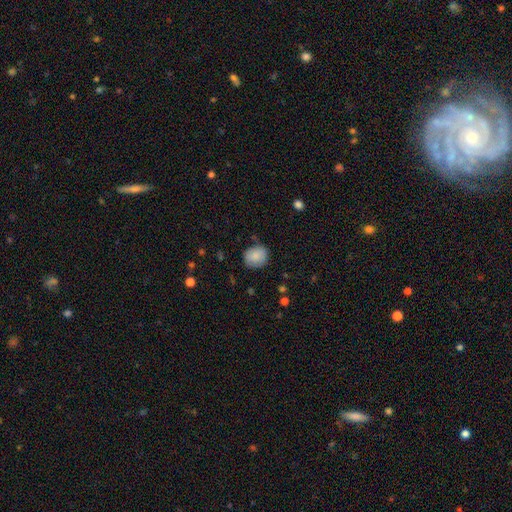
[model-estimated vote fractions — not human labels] smooth 85%, featured or disk 8%, star or artifact 7%. Down the decision tree: how rounded — round (72%); merging — none (77%).